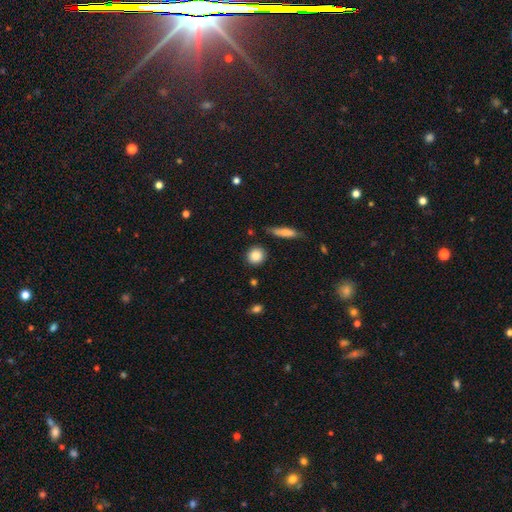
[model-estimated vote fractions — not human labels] Morphology: type=smooth (86%); roundness=round (85%); merging=none (86%).